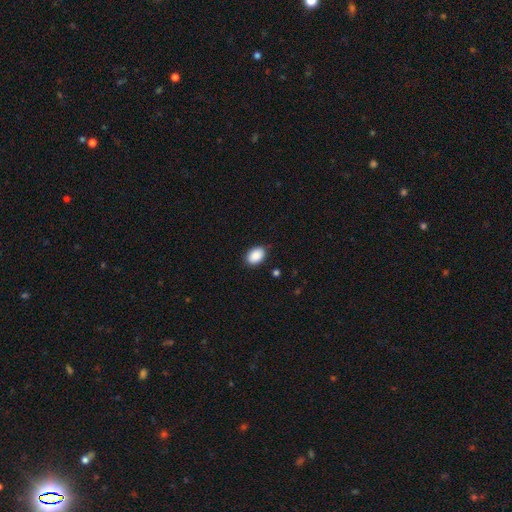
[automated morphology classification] smooth_or_featured: smooth (p=0.90) [alt: star or artifact p=0.07]
how_rounded: in between (p=0.83) [alt: round p=0.16]
merging: none (p=0.87) [alt: minor disturbance p=0.10]